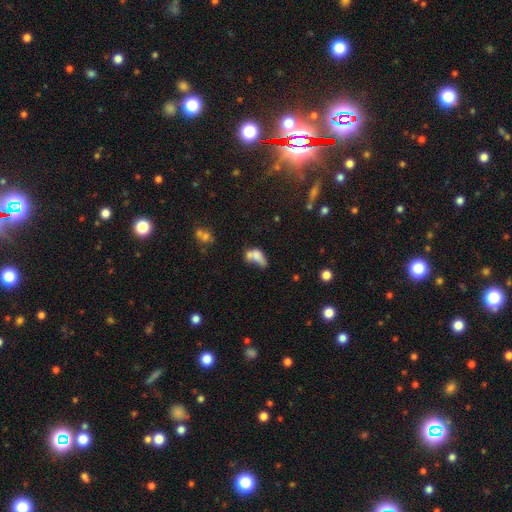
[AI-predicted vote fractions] Q: Smooth or featured?
A: smooth (65%); runner-up: featured or disk (23%)
Q: How rounded?
A: in between (81%); runner-up: round (10%)
Q: Merging?
A: merger (46%); runner-up: none (20%)